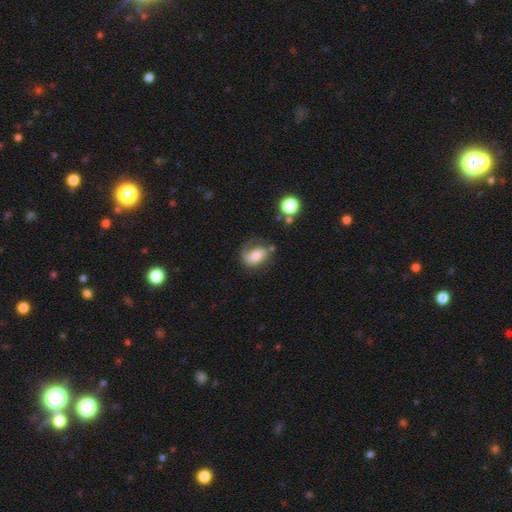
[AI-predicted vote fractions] This appears to be a featured or disk galaxy (53%) with no bar (51%), spiral arms (82%) and a moderate central bulge (59%). Merging: none (46%).